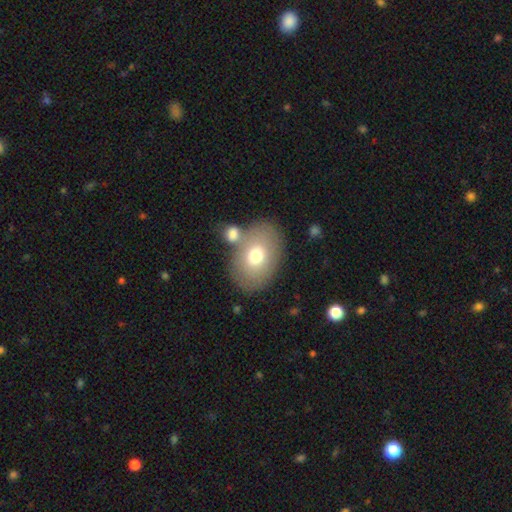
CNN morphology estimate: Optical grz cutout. It shows a smooth galaxy with no disk features (71%) that is in between round and cigar-shaped (77%). Merging: none (62%).